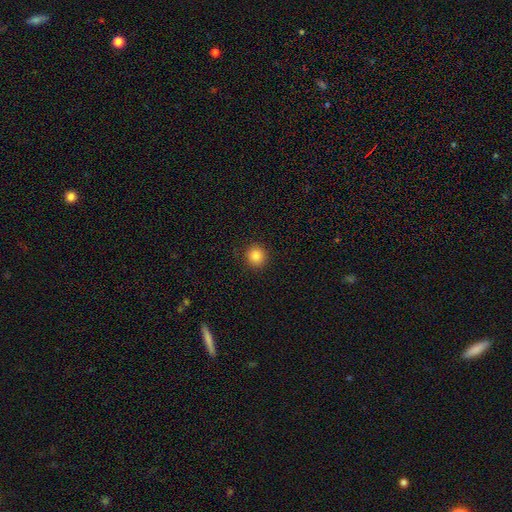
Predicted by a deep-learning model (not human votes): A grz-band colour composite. It shows a smooth galaxy with no disk features (85%) that is round (92%). Merging: none (91%).